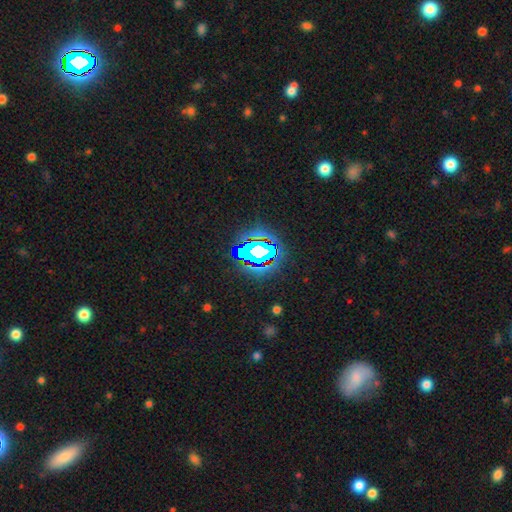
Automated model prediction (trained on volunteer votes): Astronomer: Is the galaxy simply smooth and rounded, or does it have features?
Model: star or artifact — 72%.